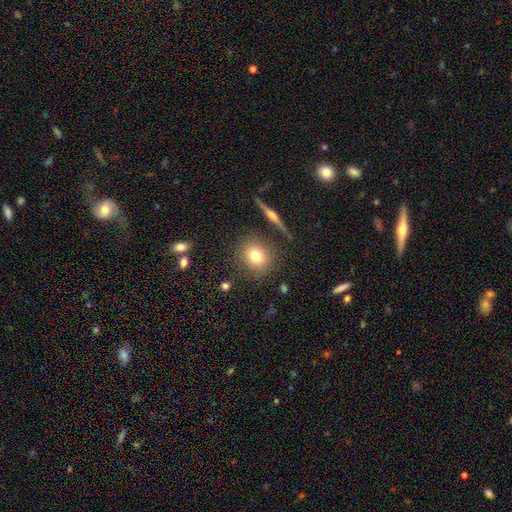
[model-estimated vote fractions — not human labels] Smooth or featured? smooth (75%)
How rounded? round (84%)
Merging? none (83%)